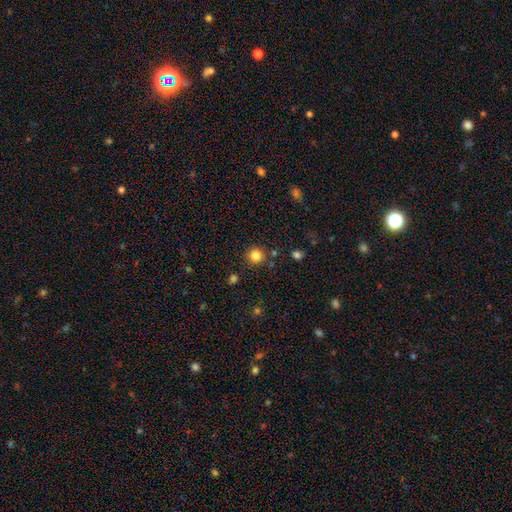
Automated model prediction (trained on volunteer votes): This appears to be a smooth galaxy with no disk features (83%) that is round (94%). Merging: none (86%).